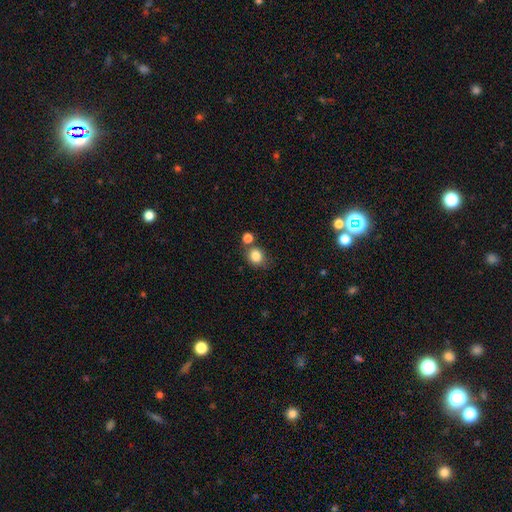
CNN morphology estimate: Overall: smooth (83%). How rounded: round (74%). Merging: none (62%).